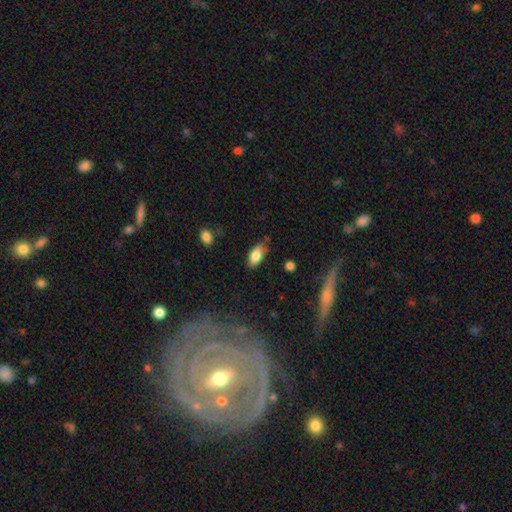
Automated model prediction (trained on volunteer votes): smooth-or-featured: smooth: 80% | featured or disk: 12% | star or artifact: 8%
  how-rounded: in between: 89% | cigar-shaped: 7% | round: 3%
  merging: none: 72% | minor disturbance: 21% | major disturbance: 4% | merger: 2%